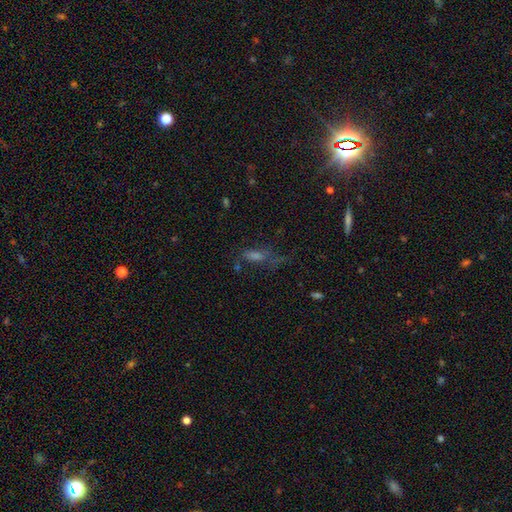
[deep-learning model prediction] Q: Smooth or featured?
A: star or artifact (37%); runner-up: smooth (36%)